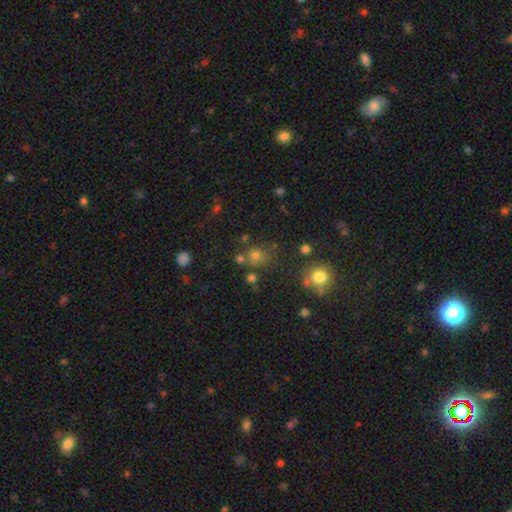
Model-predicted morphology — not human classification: Smooth or featured: smooth — 64% (star or artifact — 27%)
How rounded: round — 85% (in between — 14%)
Merging: none — 71% (merger — 14%)